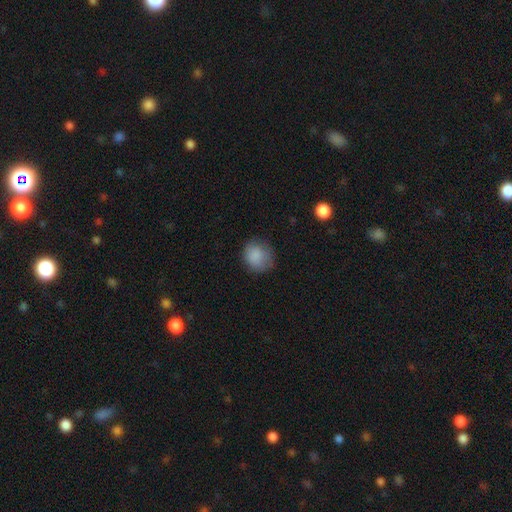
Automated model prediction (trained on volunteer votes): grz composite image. It shows a smooth galaxy with no disk features (86%) that is round (77%). Merging: none (72%).